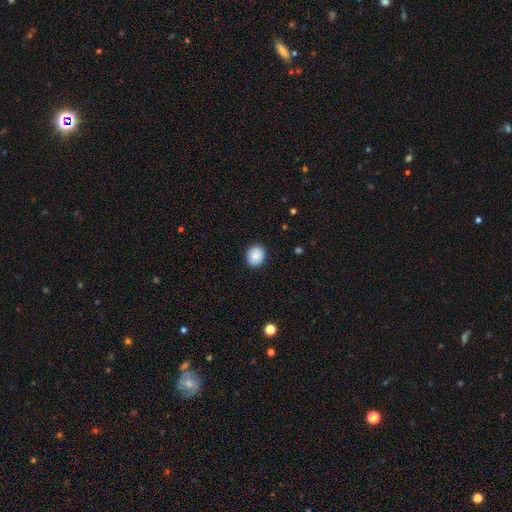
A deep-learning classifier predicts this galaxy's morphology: Smooth or featured?
  - smooth: 89% *
  - star or artifact: 8%
  - featured or disk: 3%
How rounded?
  - round: 71% *
  - in between: 28%
  - cigar-shaped: 1%
Merging?
  - none: 90% *
  - minor disturbance: 7%
  - major disturbance: 2%
  - merger: 1%